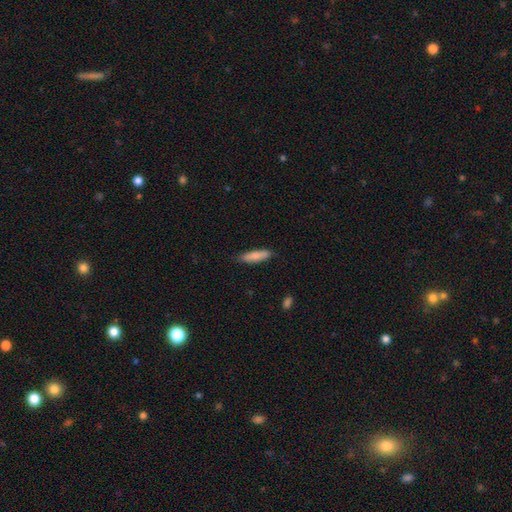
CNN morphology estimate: smooth-or-featured: smooth: 82% | featured or disk: 12% | star or artifact: 6%
  how-rounded: cigar-shaped: 67% | in between: 31% | round: 2%
  merging: none: 81% | minor disturbance: 15% | major disturbance: 2% | merger: 1%